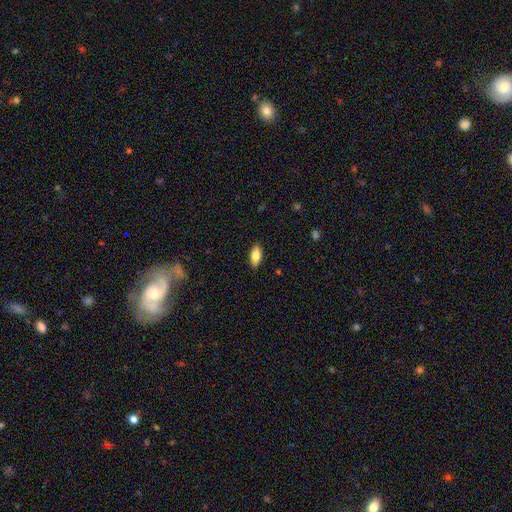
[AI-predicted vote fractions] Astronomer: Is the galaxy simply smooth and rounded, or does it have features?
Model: smooth — 81%.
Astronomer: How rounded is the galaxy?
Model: in between — 86%.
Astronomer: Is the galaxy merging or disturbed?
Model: none — 88%.